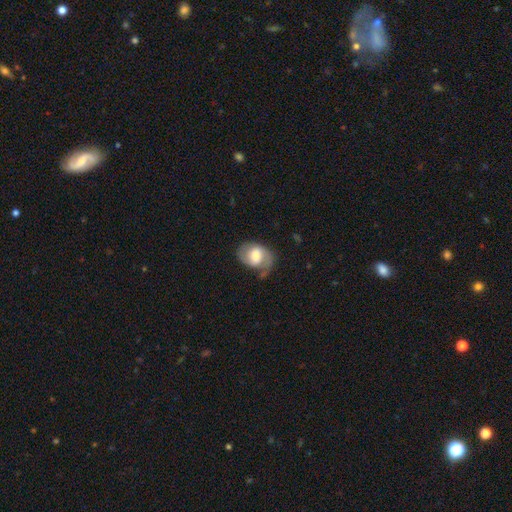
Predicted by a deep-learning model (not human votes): Smooth or featured? featured or disk (55%)
Edge-on disk? no (97%)
Bar? weak (48%)
Spiral arms? yes (84%)
Bulge size? moderate (45%)
Merging? none (51%)